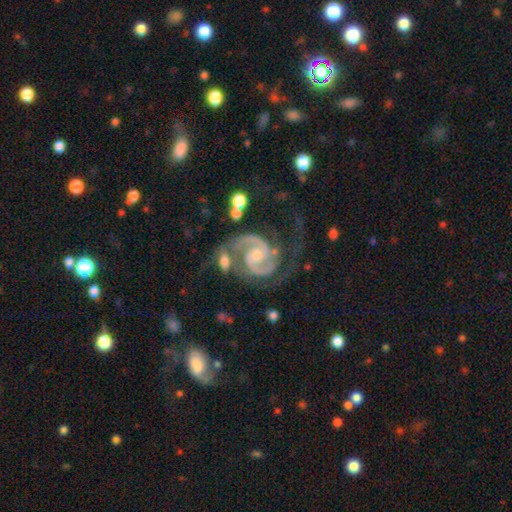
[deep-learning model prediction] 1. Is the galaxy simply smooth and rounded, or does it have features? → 93% featured or disk, 4% star or artifact, 3% smooth.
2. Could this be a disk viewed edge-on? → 98% no, 2% yes.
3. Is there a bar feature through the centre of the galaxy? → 58% no, 32% weak, 10% strong.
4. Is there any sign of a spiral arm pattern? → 99% yes, 1% no.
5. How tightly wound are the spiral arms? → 51% medium, 40% tight, 9% loose.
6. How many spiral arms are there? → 92% 2, 3% 3, 2% can't tell, 2% 1, 1% 4, 1% more than 4.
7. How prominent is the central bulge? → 53% small, 41% moderate, 3% none, 2% large, 1% dominant.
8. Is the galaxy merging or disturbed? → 49% none, 21% minor disturbance, 15% major disturbance, 15% merger.